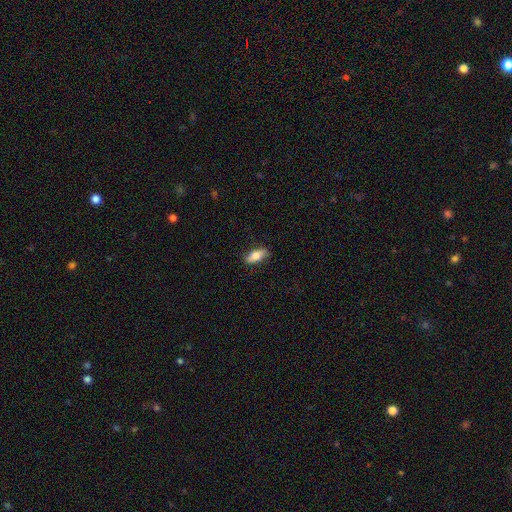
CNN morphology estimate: smooth 72%, featured or disk 22%, star or artifact 6%. Down the decision tree: how rounded — in between (77%); merging — none (86%).